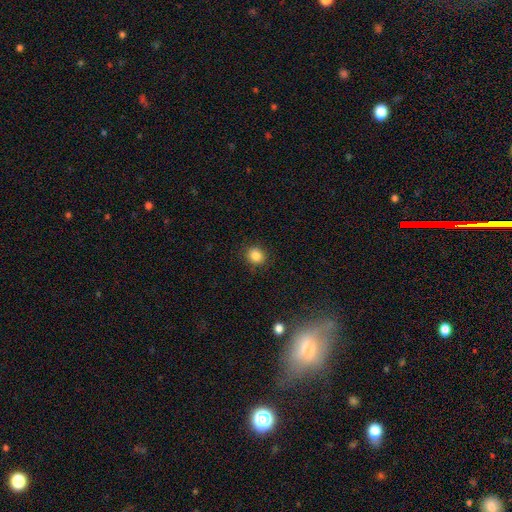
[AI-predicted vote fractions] Smooth or featured: smooth — 85% (star or artifact — 10%)
How rounded: round — 79% (in between — 20%)
Merging: none — 88% (minor disturbance — 8%)